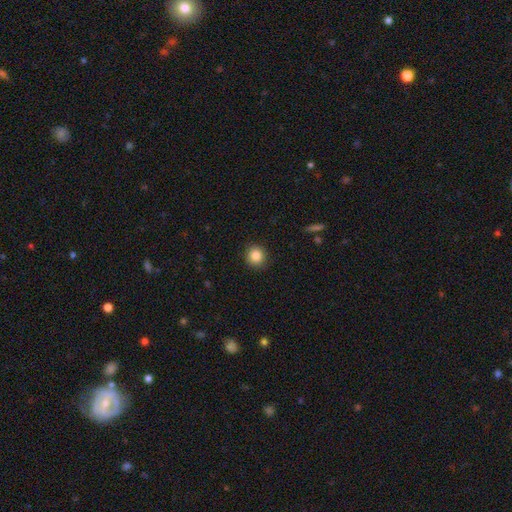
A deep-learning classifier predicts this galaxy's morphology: Smooth or featured? smooth (86%)
How rounded? round (91%)
Merging? none (90%)